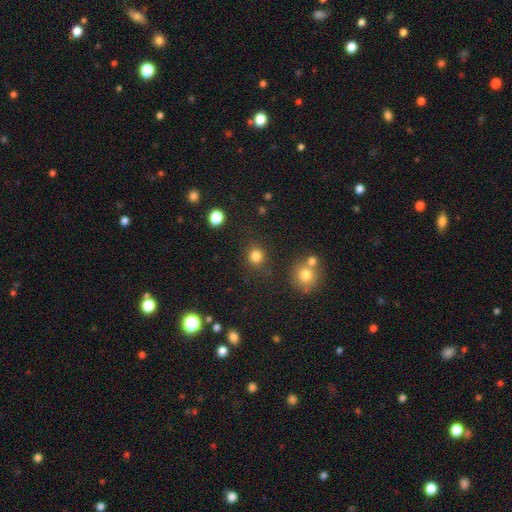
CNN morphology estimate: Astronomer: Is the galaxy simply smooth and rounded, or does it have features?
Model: smooth — 82%.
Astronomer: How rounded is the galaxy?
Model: round — 89%.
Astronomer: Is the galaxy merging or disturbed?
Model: none — 83%.